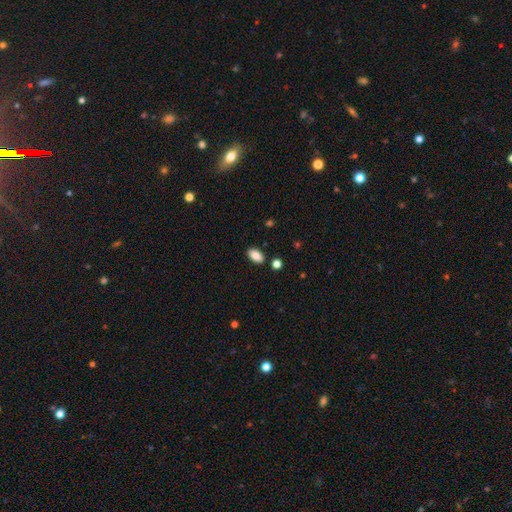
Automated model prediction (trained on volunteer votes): The model was most divided on "merging": none: 86%, minor disturbance: 9%, merger: 3%, major disturbance: 2%. More confident: how rounded — in between (93%); smooth or featured — smooth (86%).